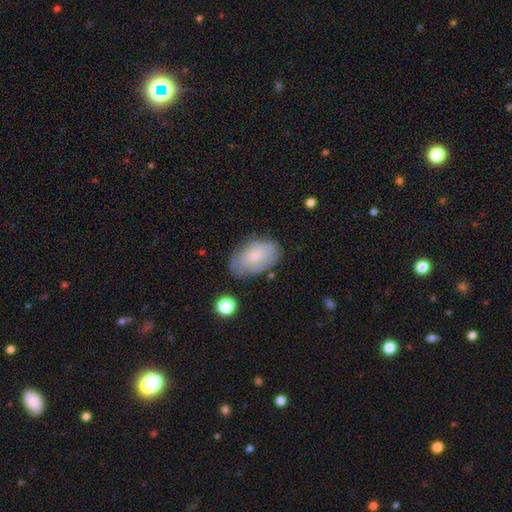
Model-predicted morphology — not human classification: Q: Smooth or featured?
A: smooth (64%); runner-up: featured or disk (29%)
Q: How rounded?
A: in between (91%); runner-up: round (8%)
Q: Merging?
A: none (68%); runner-up: minor disturbance (24%)